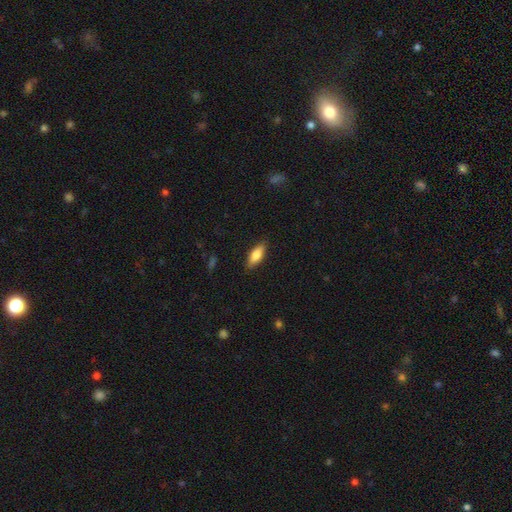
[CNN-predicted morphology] Q: Smooth or featured?
A: smooth (80%); runner-up: featured or disk (14%)
Q: How rounded?
A: in between (73%); runner-up: cigar-shaped (24%)
Q: Merging?
A: none (85%); runner-up: minor disturbance (11%)